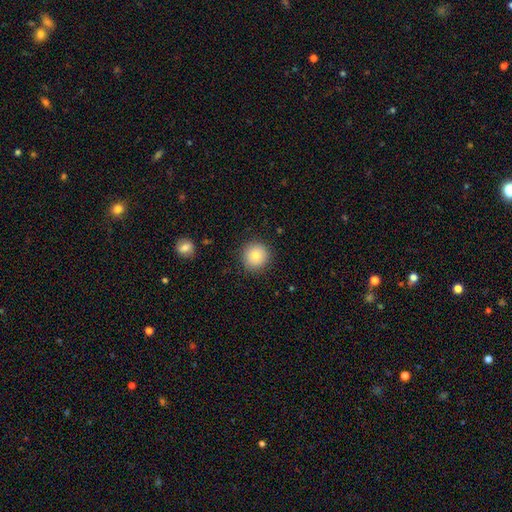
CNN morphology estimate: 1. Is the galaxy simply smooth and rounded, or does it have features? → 82% smooth, 9% star or artifact, 9% featured or disk.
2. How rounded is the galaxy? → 94% round, 5% in between, 1% cigar-shaped.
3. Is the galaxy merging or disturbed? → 90% none, 7% minor disturbance, 2% major disturbance, 1% merger.